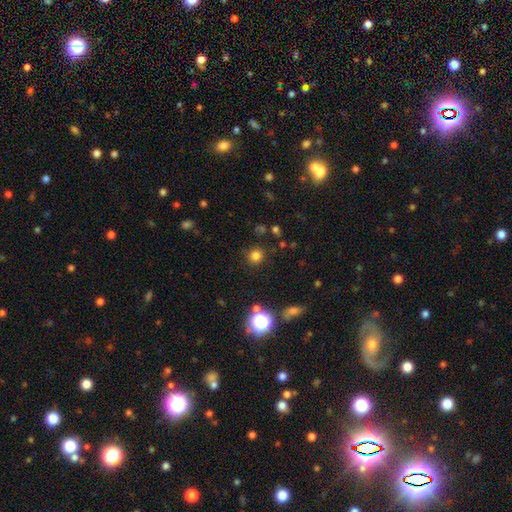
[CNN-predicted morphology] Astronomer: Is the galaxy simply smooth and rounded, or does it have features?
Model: smooth — 78%.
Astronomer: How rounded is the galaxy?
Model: round — 90%.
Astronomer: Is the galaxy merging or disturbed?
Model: none — 88%.